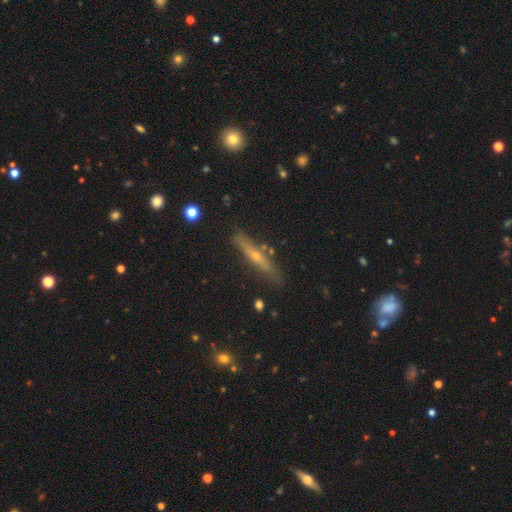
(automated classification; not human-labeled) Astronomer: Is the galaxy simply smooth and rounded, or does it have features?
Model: featured or disk — 65%.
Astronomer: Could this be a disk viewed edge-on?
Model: yes — 94%.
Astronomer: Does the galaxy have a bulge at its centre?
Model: rounded — 80%.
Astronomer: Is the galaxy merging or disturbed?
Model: none — 85%.